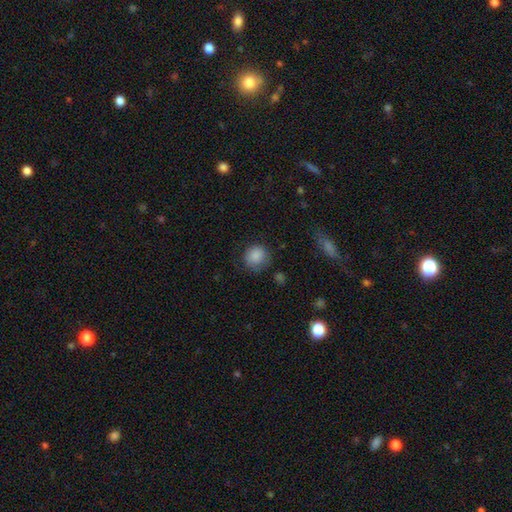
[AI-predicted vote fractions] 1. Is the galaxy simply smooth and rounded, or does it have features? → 86% smooth, 8% star or artifact, 5% featured or disk.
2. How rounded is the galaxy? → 87% round, 12% in between, 1% cigar-shaped.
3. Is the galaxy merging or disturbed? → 71% none, 20% minor disturbance, 6% major disturbance, 2% merger.